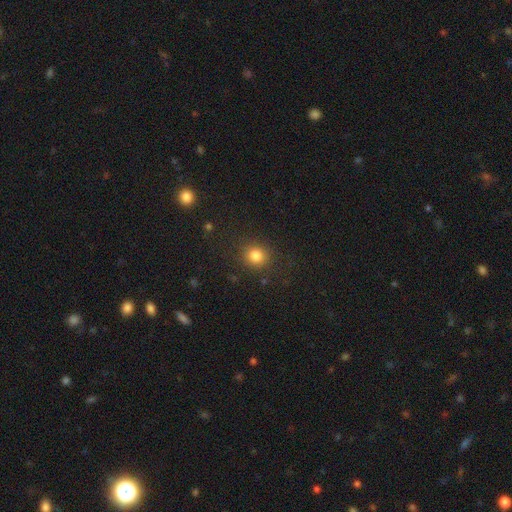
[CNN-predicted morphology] Q: Smooth or featured?
A: smooth (83%); runner-up: star or artifact (12%)
Q: How rounded?
A: round (82%); runner-up: in between (17%)
Q: Merging?
A: none (86%); runner-up: minor disturbance (9%)